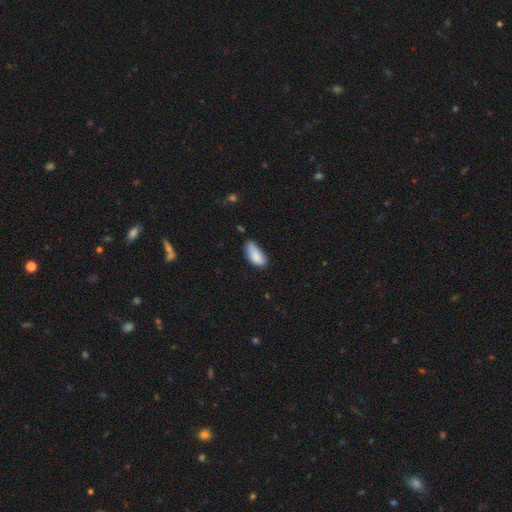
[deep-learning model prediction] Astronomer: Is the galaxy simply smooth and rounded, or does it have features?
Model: smooth — 86%.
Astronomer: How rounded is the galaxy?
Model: in between — 85%.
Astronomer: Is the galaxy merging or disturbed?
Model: none — 51% (runner-up: minor disturbance, 37%).